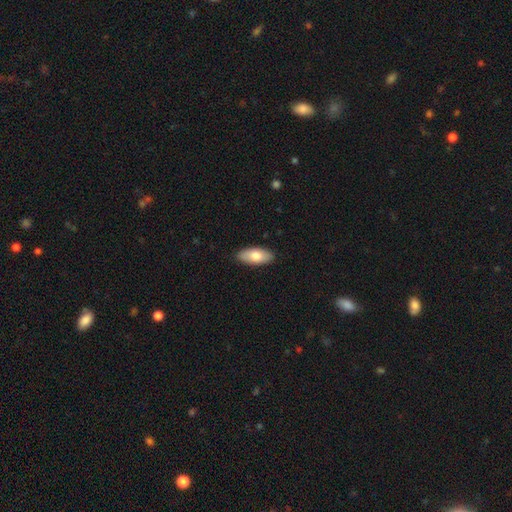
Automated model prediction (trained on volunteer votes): This appears to be a smooth galaxy with no disk features (76%) that is in between round and cigar-shaped (87%). Merging: none (89%).